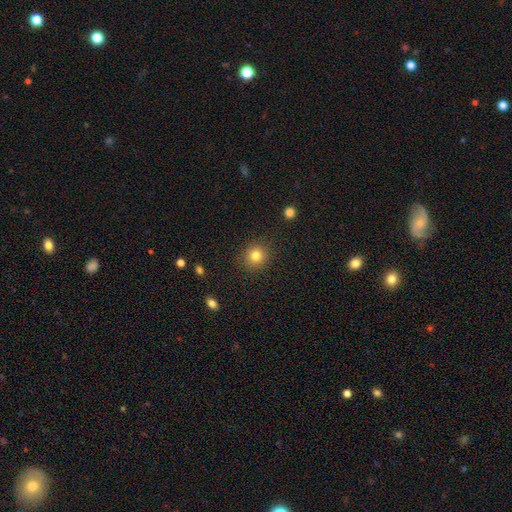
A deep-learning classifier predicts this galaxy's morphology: smooth-or-featured: smooth: 81% | star or artifact: 12% | featured or disk: 7%
  how-rounded: round: 89% | in between: 10% | cigar-shaped: 1%
  merging: none: 90% | minor disturbance: 7% | major disturbance: 3% | merger: 1%